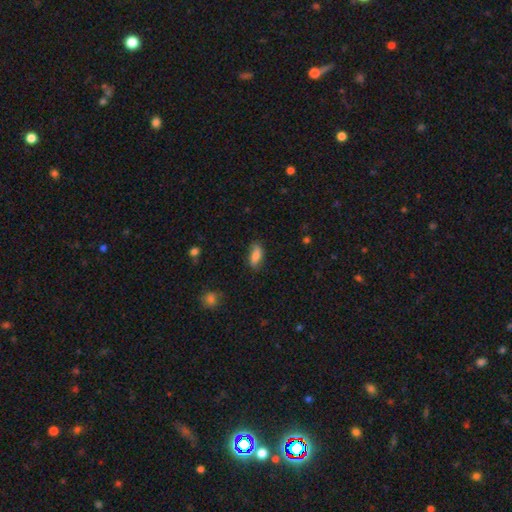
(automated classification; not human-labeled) The model was most divided on "merging": none: 72%, minor disturbance: 21%, major disturbance: 5%, merger: 2%. More confident: how rounded — in between (82%); smooth or featured — smooth (78%).